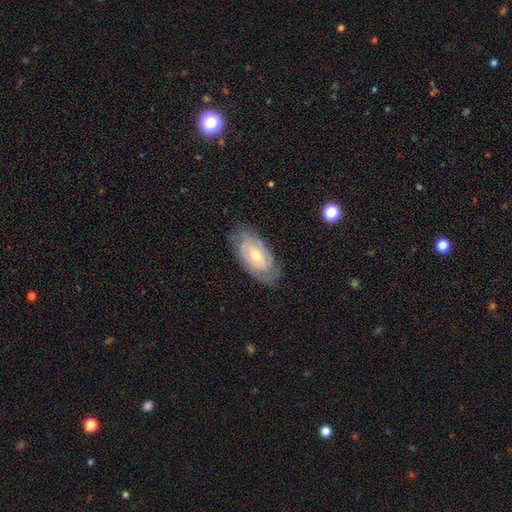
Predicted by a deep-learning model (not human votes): Smooth or featured?
  - featured or disk: 76% *
  - smooth: 18%
  - star or artifact: 6%
Edge-on disk?
  - no: 94% *
  - yes: 6%
Bar?
  - no: 59% *
  - weak: 34%
  - strong: 7%
Spiral arms?
  - yes: 91% *
  - no: 9%
Spiral winding?
  - tight: 67% *
  - medium: 26%
  - loose: 6%
Spiral arm count?
  - can't tell: 42% *
  - 2: 32%
  - 3: 14%
  - 4: 6%
  - 1: 4%
  - more than 4: 3%
Bulge size?
  - small: 49% *
  - moderate: 46%
  - large: 3%
  - none: 2%
  - dominant: 1%
Merging?
  - none: 77% *
  - minor disturbance: 17%
  - major disturbance: 5%
  - merger: 1%